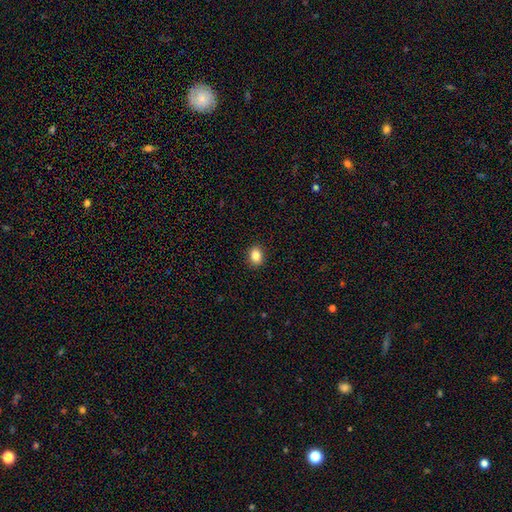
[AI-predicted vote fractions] Smooth or featured?
  - smooth: 86% *
  - star or artifact: 9%
  - featured or disk: 5%
How rounded?
  - in between: 63% *
  - round: 36%
  - cigar-shaped: 1%
Merging?
  - none: 91% *
  - minor disturbance: 6%
  - major disturbance: 2%
  - merger: 1%